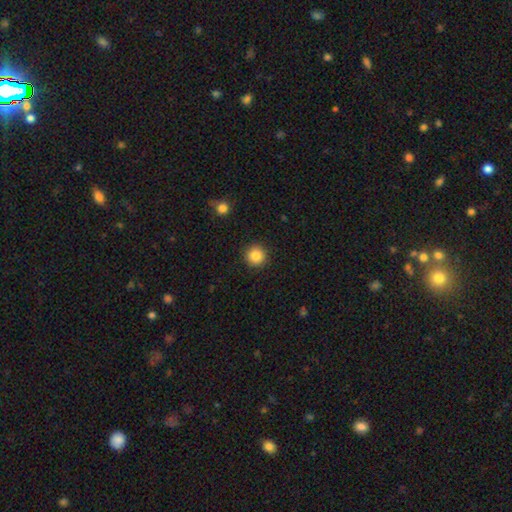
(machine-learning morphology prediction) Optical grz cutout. It shows a smooth galaxy with no disk features (86%) that is round (95%). Merging: none (92%).